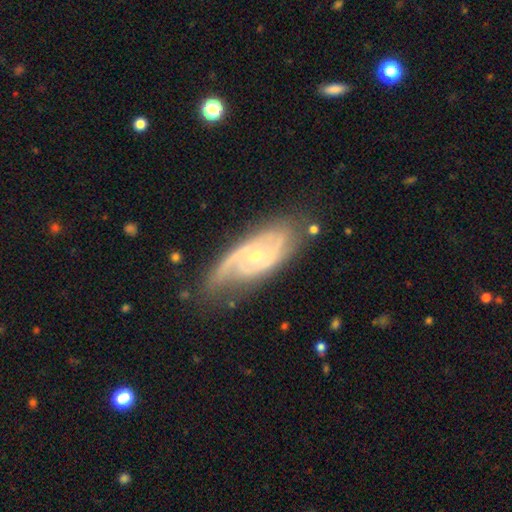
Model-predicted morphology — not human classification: This is clearly a featured or disk galaxy (86%). It is clearly not viewed edge-on (93%). Bar: possibly no (59%). Spiral arm pattern: clearly yes (96%). Spiral arm count: possibly 2 (59%). Spiral winding: possibly tight (47%). Central bulge: possibly small (60%). Merging: likely none (69%).